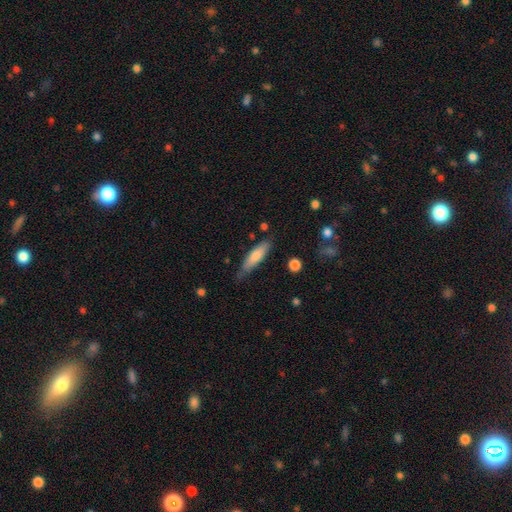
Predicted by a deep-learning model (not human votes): Smooth or featured?
  - smooth: 75% *
  - featured or disk: 20%
  - star or artifact: 6%
How rounded?
  - cigar-shaped: 66% *
  - in between: 32%
  - round: 2%
Merging?
  - none: 69% *
  - minor disturbance: 24%
  - major disturbance: 5%
  - merger: 3%